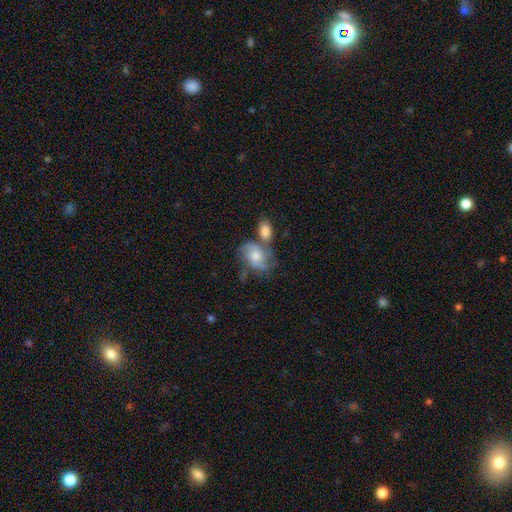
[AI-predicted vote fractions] featured or disk 73%, smooth 19%, star or artifact 8%. Down the decision tree: edge-on disk — no (97%); bar — no (69%); spiral arms — yes (92%); spiral arm count — 2 (34%); spiral winding — medium (47%); bulge size — moderate (54%); merging — none (41%).